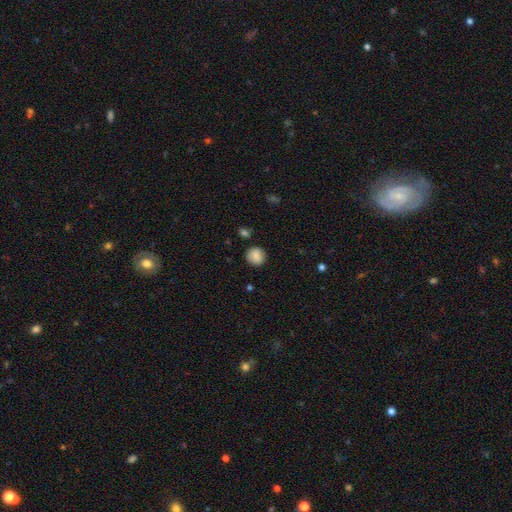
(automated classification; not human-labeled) smooth_or_featured: smooth (p=0.87) [alt: star or artifact p=0.08]
how_rounded: round (p=0.87) [alt: in between p=0.12]
merging: none (p=0.84) [alt: minor disturbance p=0.11]